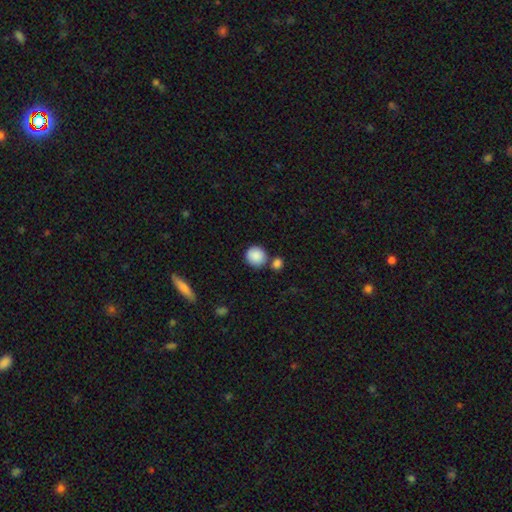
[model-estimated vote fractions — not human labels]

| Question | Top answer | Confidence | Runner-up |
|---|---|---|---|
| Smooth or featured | smooth | 88% | star or artifact (8%) |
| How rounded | round | 87% | in between (12%) |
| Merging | none | 70% | merger (17%) |